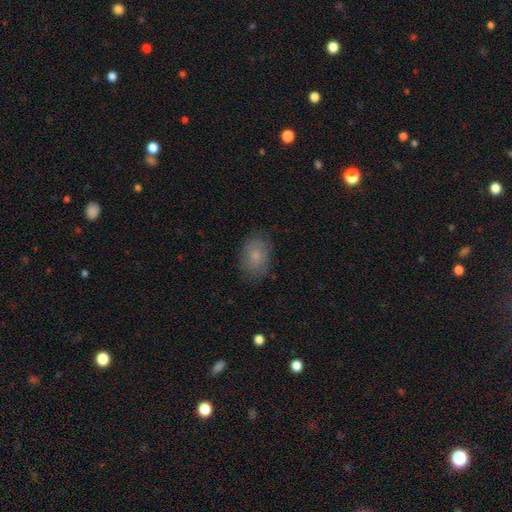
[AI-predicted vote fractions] This is likely a smooth galaxy (73%). How rounded: likely in between (69%). Merging: likely none (78%).